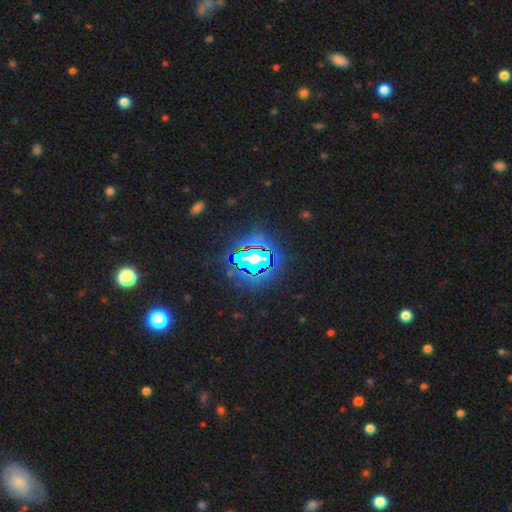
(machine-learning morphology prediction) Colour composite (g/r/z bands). It shows a star or artifact, not a galaxy (82%).